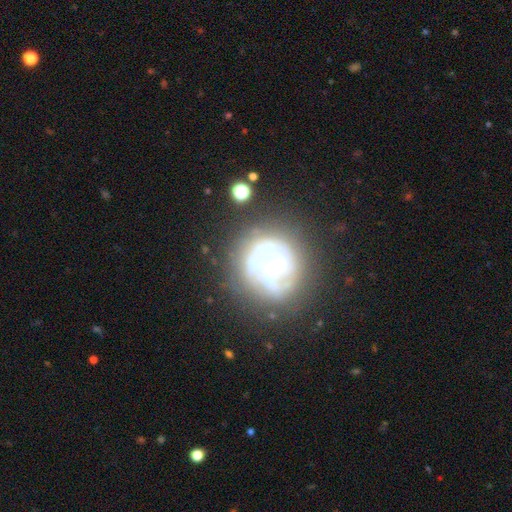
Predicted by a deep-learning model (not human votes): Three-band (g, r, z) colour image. It shows a featured or disk galaxy (72%) with no bar (41%), no spiral arms (53%) and a moderate central bulge (58%). Merging: none (57%).